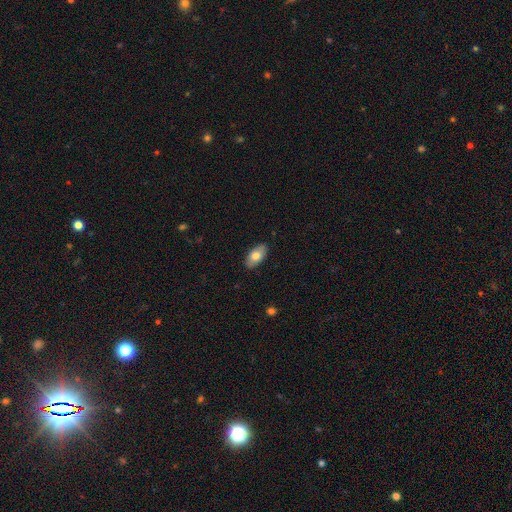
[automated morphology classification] smooth-or-featured: smooth: 76% | featured or disk: 18% | star or artifact: 6%
  how-rounded: in between: 93% | cigar-shaped: 4% | round: 3%
  merging: none: 87% | minor disturbance: 10% | major disturbance: 2% | merger: 1%